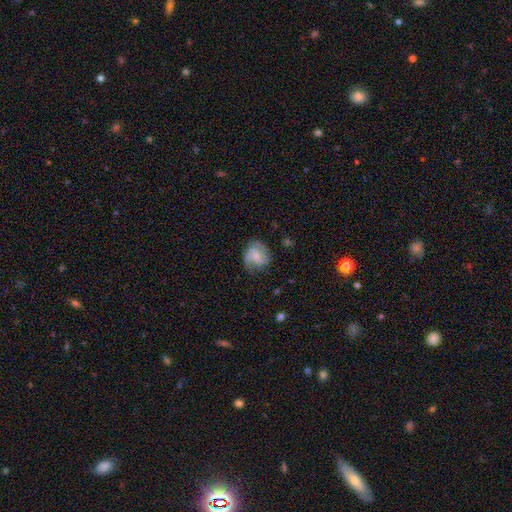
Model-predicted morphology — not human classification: Smooth or featured? Predicted: featured or disk (p=0.64). Edge-on disk? Predicted: no (p=0.98). Bar? Predicted: no (p=0.52). Spiral arms? Predicted: yes (p=0.91). Spiral winding? Predicted: medium (p=0.48). Spiral arm count? Predicted: 2 (p=0.46). Bulge size? Predicted: small (p=0.51). Merging? Predicted: none (p=0.67).